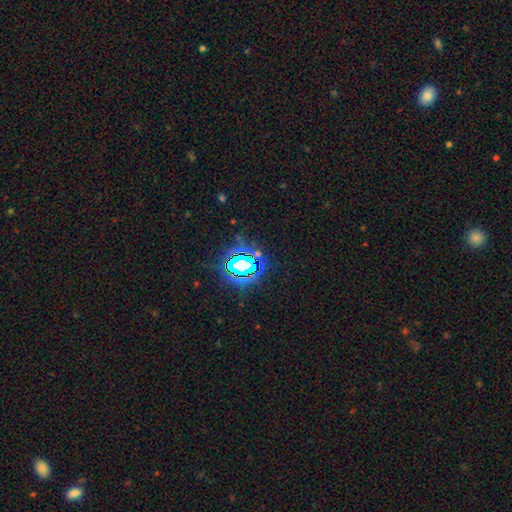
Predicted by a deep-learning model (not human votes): Q: Smooth or featured?
A: star or artifact (77%); runner-up: smooth (13%)